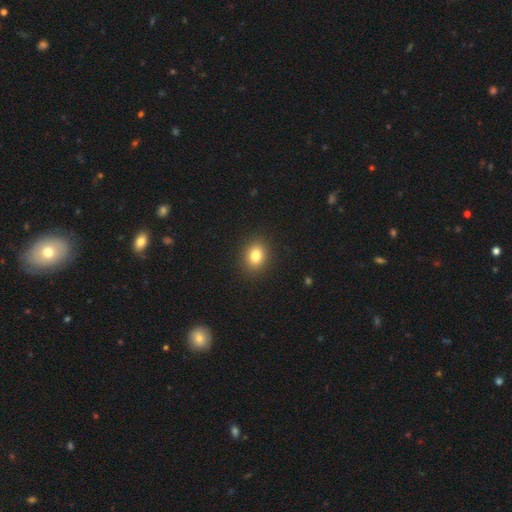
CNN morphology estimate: The model was most divided on "how rounded": in between: 52%, round: 47%, cigar-shaped: 1%. More confident: merging — none (90%); smooth or featured — smooth (81%).